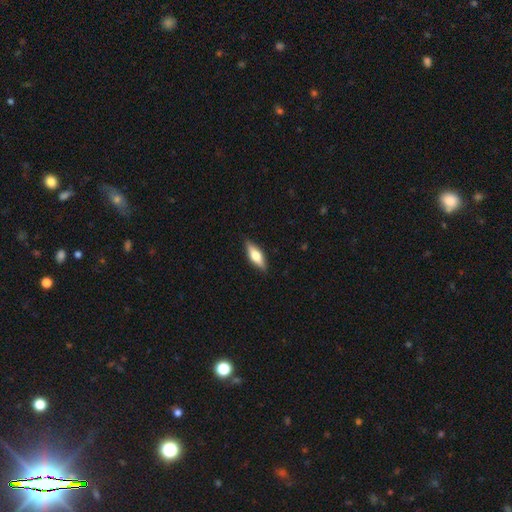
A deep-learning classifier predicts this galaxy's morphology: This appears to be a smooth galaxy with no disk features (55%) that is in between round and cigar-shaped (56%). Merging: none (89%).